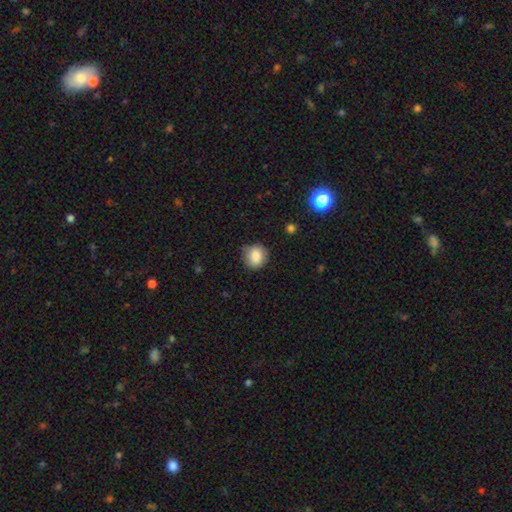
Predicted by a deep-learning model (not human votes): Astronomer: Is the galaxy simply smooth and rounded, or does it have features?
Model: smooth — 84%.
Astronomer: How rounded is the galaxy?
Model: round — 78%.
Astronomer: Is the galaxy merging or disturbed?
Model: none — 79%.